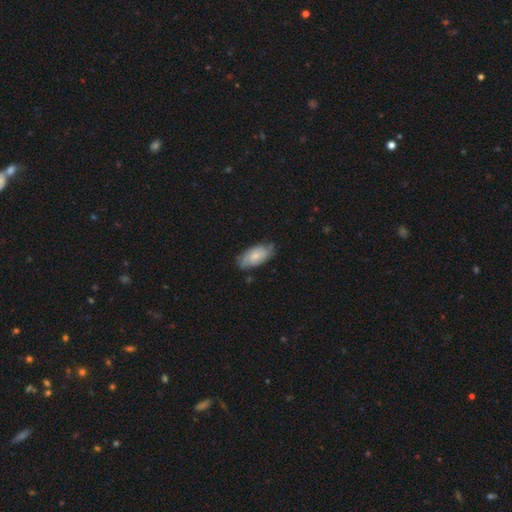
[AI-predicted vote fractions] Smooth or featured: smooth — 60% (featured or disk — 33%)
How rounded: in between — 92% (cigar-shaped — 6%)
Merging: none — 67% (minor disturbance — 26%)